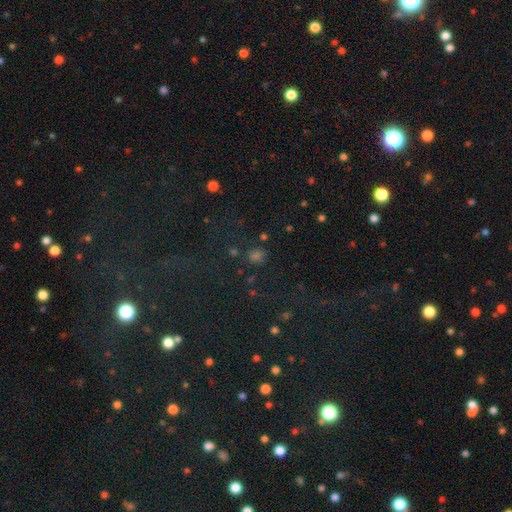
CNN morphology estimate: Overall: smooth (47%; star or artifact 45%). Merging: none (74%).